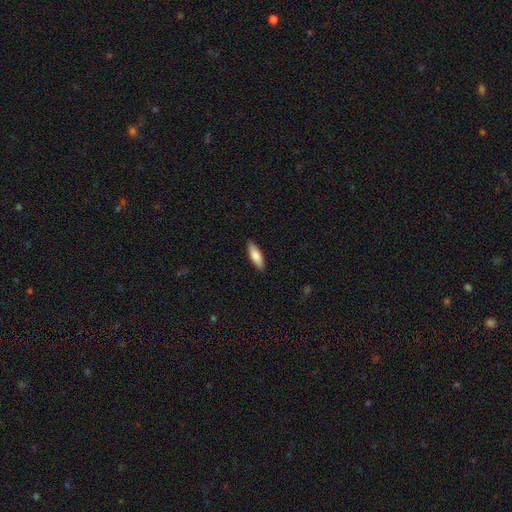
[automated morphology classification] Smooth or featured? Predicted: smooth (p=0.79). How rounded? Predicted: in between (p=0.50). Merging? Predicted: none (p=0.89).